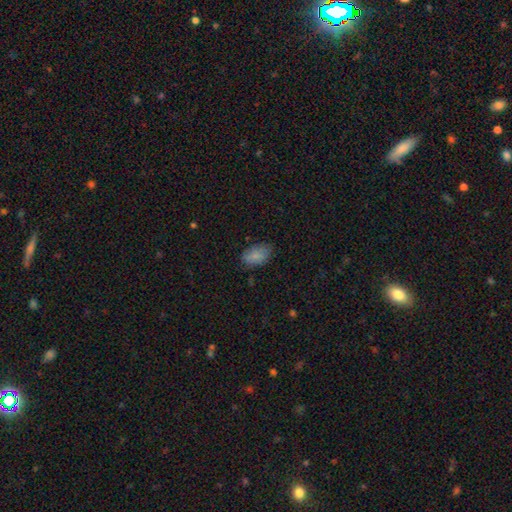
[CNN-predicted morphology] smooth 85%, featured or disk 8%, star or artifact 7%. Down the decision tree: how rounded — in between (93%); merging — none (77%).